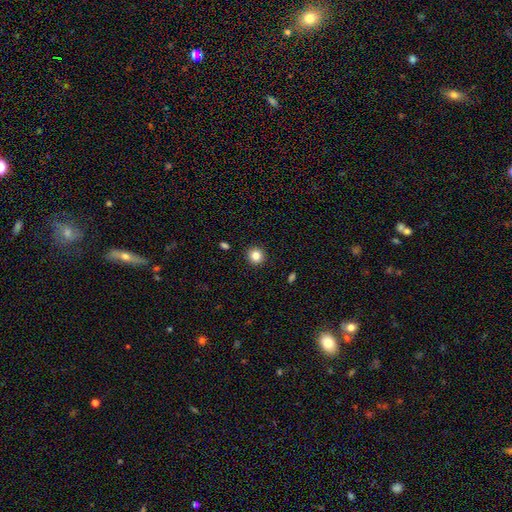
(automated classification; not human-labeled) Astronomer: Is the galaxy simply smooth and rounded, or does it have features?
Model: smooth — 83%.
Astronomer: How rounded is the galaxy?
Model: round — 93%.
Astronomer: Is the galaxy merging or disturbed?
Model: none — 92%.